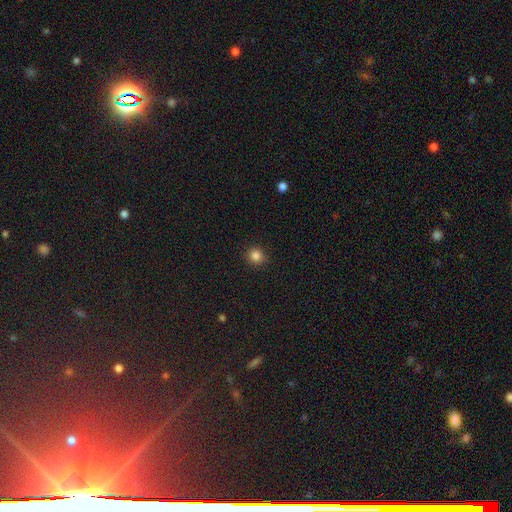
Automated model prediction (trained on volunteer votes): This is clearly a smooth galaxy (84%). How rounded: clearly round (91%). Merging: clearly none (91%).